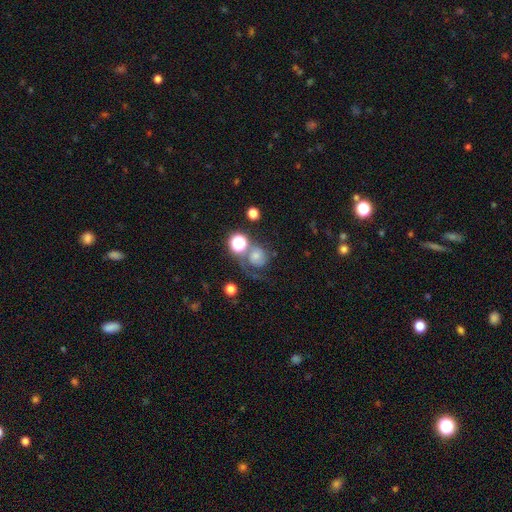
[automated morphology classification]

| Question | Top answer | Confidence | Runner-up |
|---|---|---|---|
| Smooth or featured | smooth | 50% | featured or disk (32%) |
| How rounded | round | 79% | in between (20%) |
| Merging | none | 41% | major disturbance (25%) |